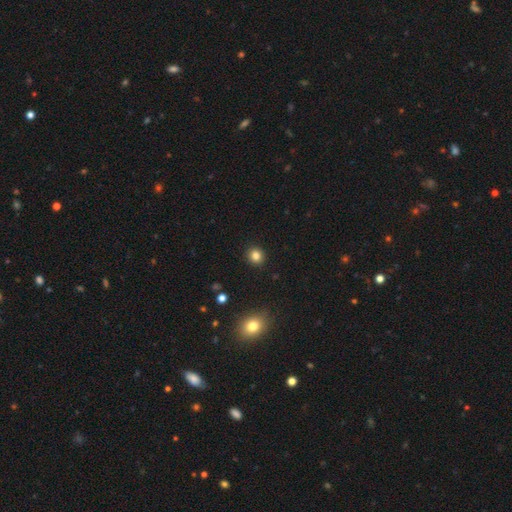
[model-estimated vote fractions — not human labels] Smooth or featured? smooth (83%)
How rounded? round (87%)
Merging? none (92%)